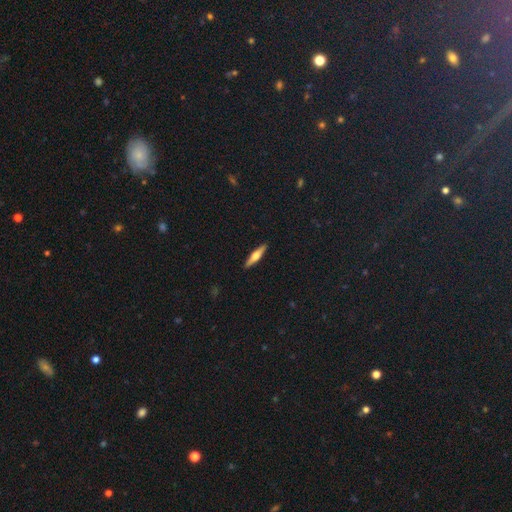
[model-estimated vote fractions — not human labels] A featured or disk galaxy (52%) viewed edge-on (96%).

Vote fractions:
- Smooth or featured? featured or disk: 52% / smooth: 42% / star or artifact: 6%
- Edge-on disk? yes: 96% / no: 4%
- Merging? none: 92% / minor disturbance: 6% / major disturbance: 1% / merger: 1%